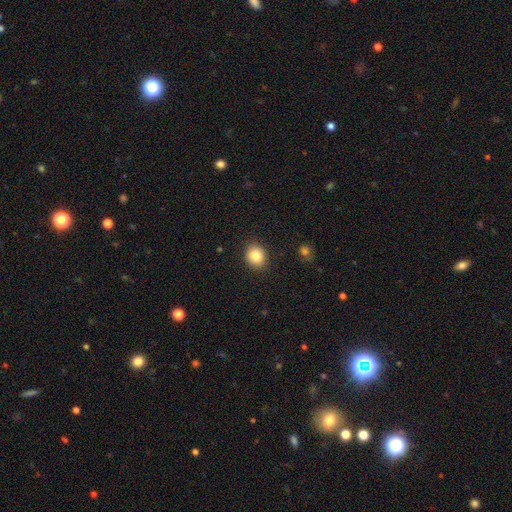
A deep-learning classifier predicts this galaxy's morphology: The model was most divided on "how rounded": round: 67%, in between: 32%, cigar-shaped: 1%. More confident: merging — none (89%); smooth or featured — smooth (84%).